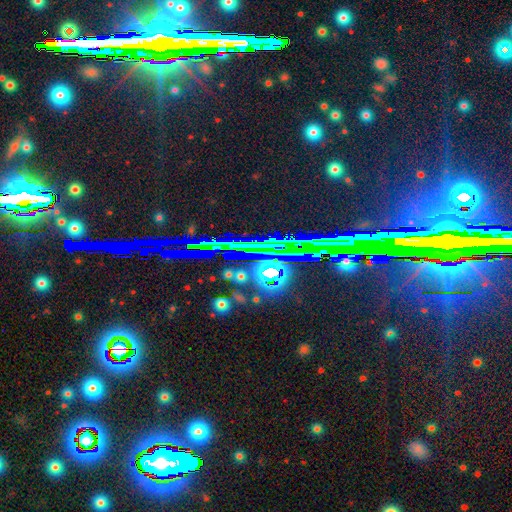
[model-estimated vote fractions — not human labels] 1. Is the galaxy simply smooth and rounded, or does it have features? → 79% star or artifact, 12% smooth, 9% featured or disk.